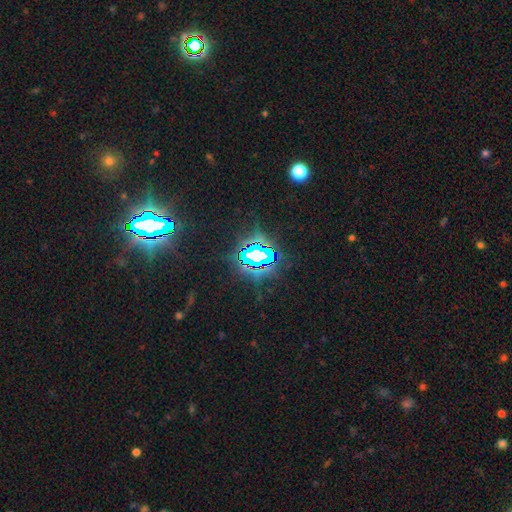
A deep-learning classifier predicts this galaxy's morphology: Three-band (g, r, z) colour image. It shows a star or artifact, not a galaxy (78%).